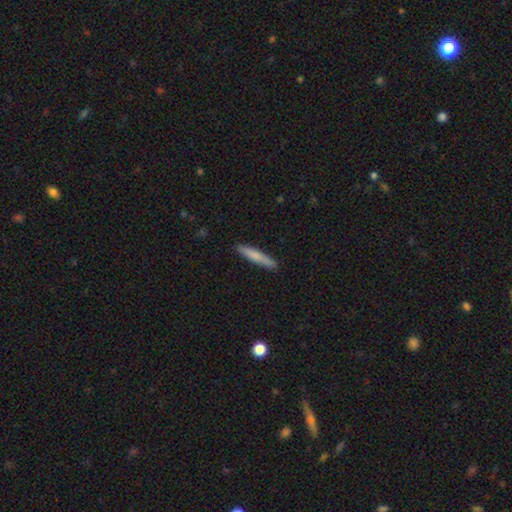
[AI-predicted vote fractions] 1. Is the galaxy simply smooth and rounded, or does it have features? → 75% smooth, 20% featured or disk, 5% star or artifact.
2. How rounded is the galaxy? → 93% cigar-shaped, 5% in between, 1% round.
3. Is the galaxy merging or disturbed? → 90% none, 8% minor disturbance, 1% major disturbance, 1% merger.